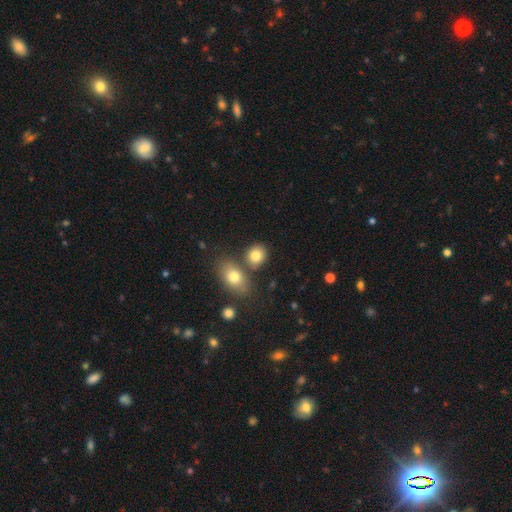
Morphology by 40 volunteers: smooth-or-featured: smooth: 75% | featured or disk: 12% | star or artifact: 12%
  how-rounded: round: 50% (tied) | in between: 50% (tied) | cigar-shaped: 0%
  merging: none: 46% | merger: 31% | minor disturbance: 17% | major disturbance: 6%